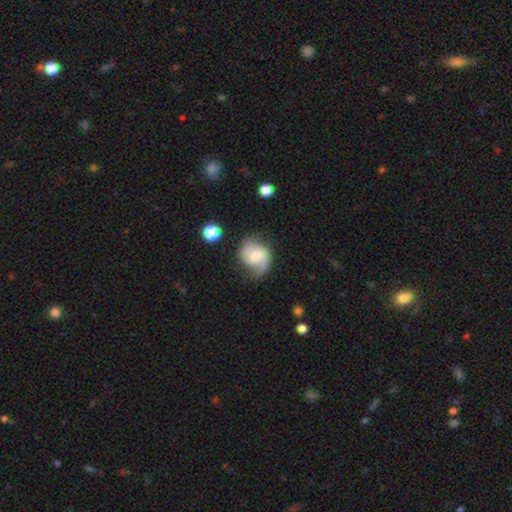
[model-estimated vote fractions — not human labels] Q: Smooth or featured?
A: featured or disk (70%); runner-up: smooth (23%)
Q: Edge-on disk?
A: no (98%); runner-up: yes (2%)
Q: Bar?
A: no (54%); runner-up: weak (39%)
Q: Spiral arms?
A: yes (94%); runner-up: no (6%)
Q: Spiral winding?
A: medium (47%); runner-up: loose (35%)
Q: Spiral arm count?
A: 2 (86%); runner-up: can't tell (6%)
Q: Bulge size?
A: moderate (48%); runner-up: small (35%)
Q: Merging?
A: none (67%); runner-up: minor disturbance (22%)